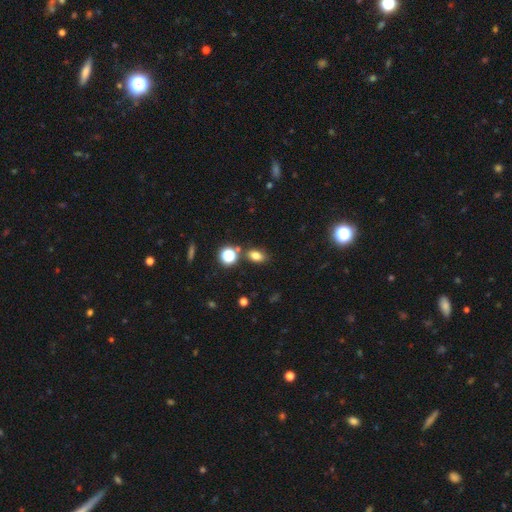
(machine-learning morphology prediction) Overall: smooth (76%). How rounded: in between (76%). Merging: none (77%).